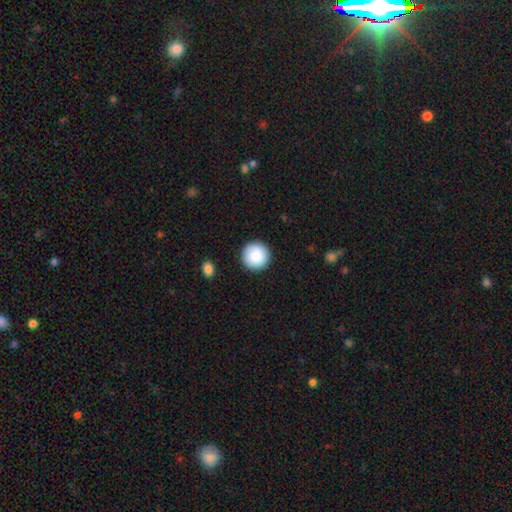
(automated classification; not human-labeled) Smooth or featured? smooth (88%)
How rounded? round (96%)
Merging? none (92%)